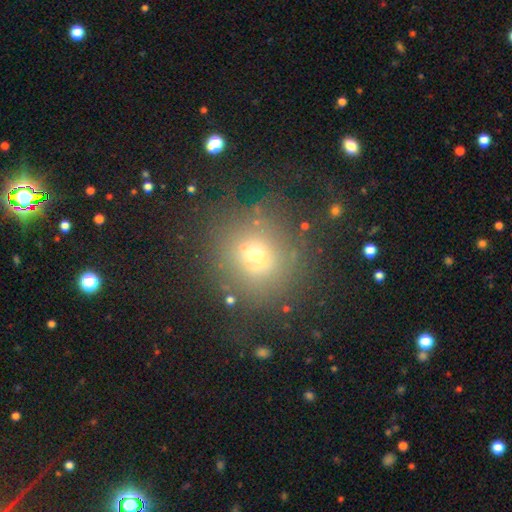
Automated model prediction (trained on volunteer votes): Smooth or featured? Predicted: smooth (p=0.62). How rounded? Predicted: round (p=0.90). Merging? Predicted: none (p=0.73).